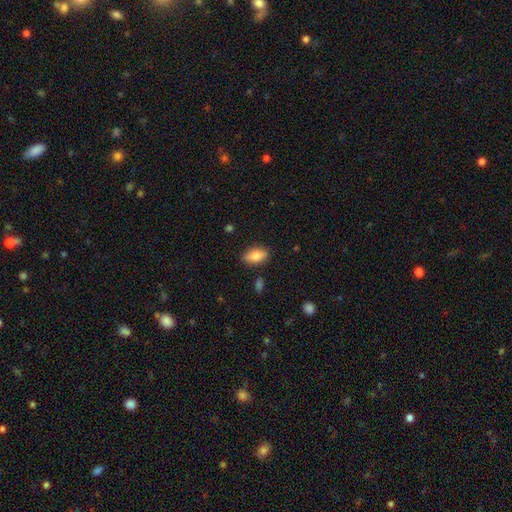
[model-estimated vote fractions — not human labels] smooth 75%, featured or disk 17%, star or artifact 7%. Down the decision tree: how rounded — in between (87%); merging — none (85%).